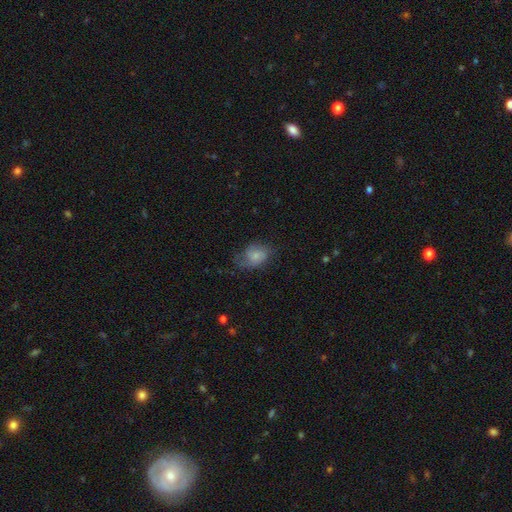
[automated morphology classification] smooth 54%, featured or disk 38%, star or artifact 9%. Down the decision tree: how rounded — in between (70%); merging — none (49%).